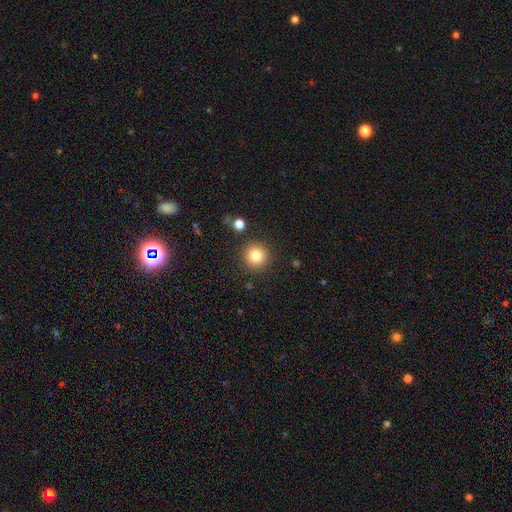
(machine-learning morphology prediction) Q: Smooth or featured?
A: smooth (82%); runner-up: star or artifact (11%)
Q: How rounded?
A: round (95%); runner-up: in between (4%)
Q: Merging?
A: none (89%); runner-up: minor disturbance (6%)